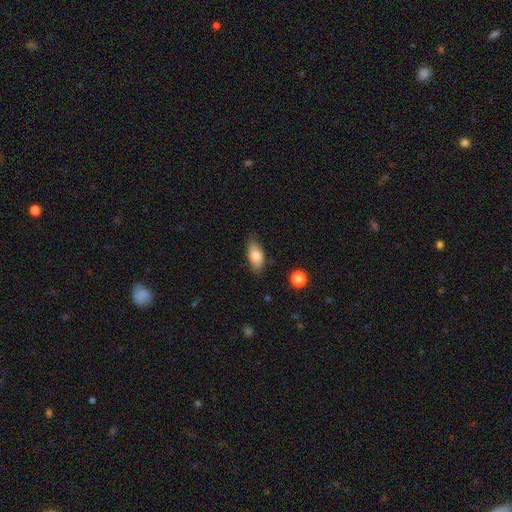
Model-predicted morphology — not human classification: This is likely a smooth galaxy (80%). How rounded: clearly in between (86%). Merging: likely none (77%).